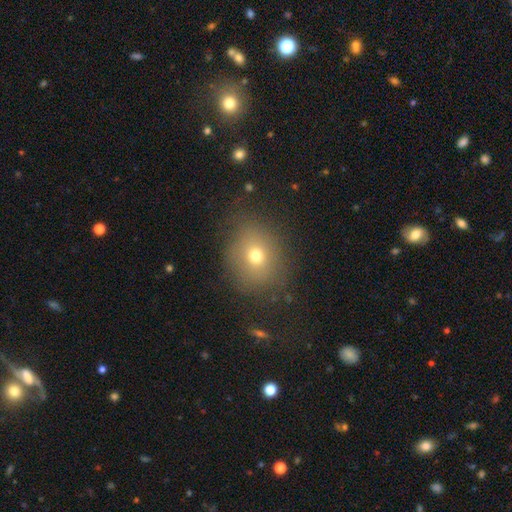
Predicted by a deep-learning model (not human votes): Morphology: type=smooth (68%); roundness=round (64%); merging=none (77%).